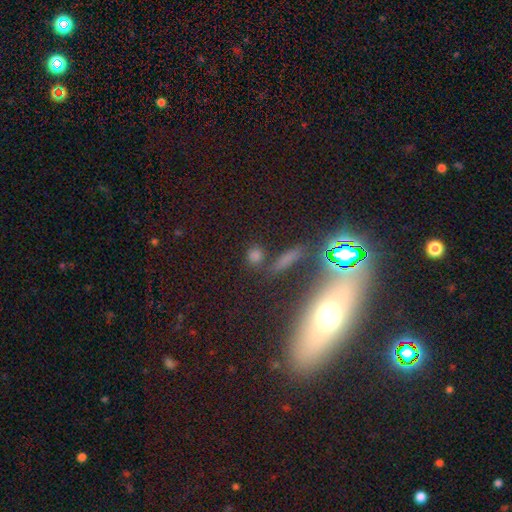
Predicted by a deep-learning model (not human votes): Smooth or featured? smooth (56%)
How rounded? round (52%)
Merging? none (77%)